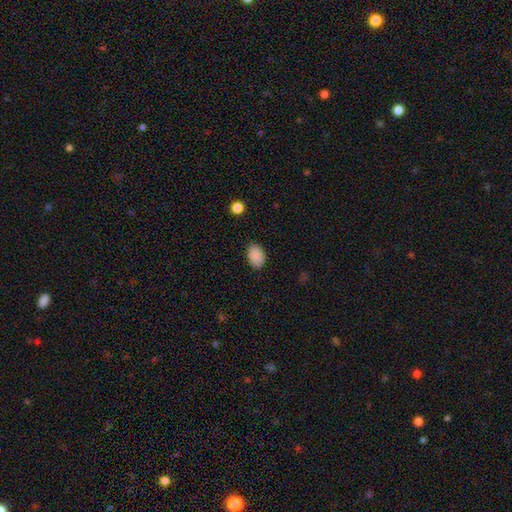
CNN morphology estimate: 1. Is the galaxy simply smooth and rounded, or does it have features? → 89% smooth, 8% star or artifact, 3% featured or disk.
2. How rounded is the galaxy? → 84% in between, 15% round, 1% cigar-shaped.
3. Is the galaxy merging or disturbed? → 85% none, 11% minor disturbance, 3% major disturbance, 1% merger.